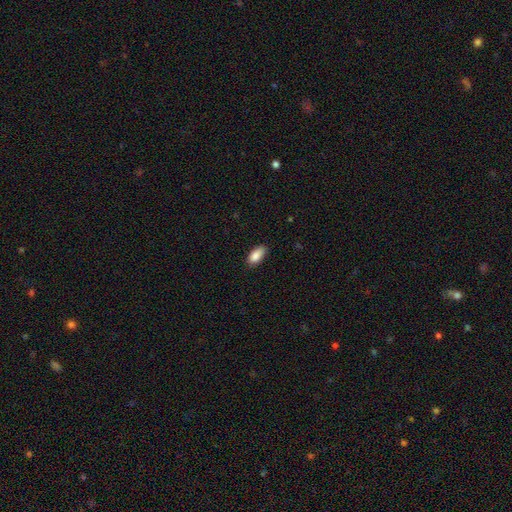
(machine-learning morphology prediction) Overall: smooth (87%). How rounded: in between (90%). Merging: none (81%).